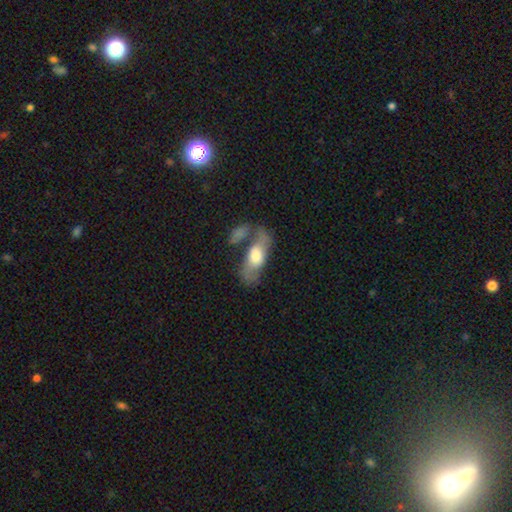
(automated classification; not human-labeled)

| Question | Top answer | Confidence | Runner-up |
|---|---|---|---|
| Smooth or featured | featured or disk | 49% | smooth (44%) |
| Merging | none | 47% | merger (21%) |